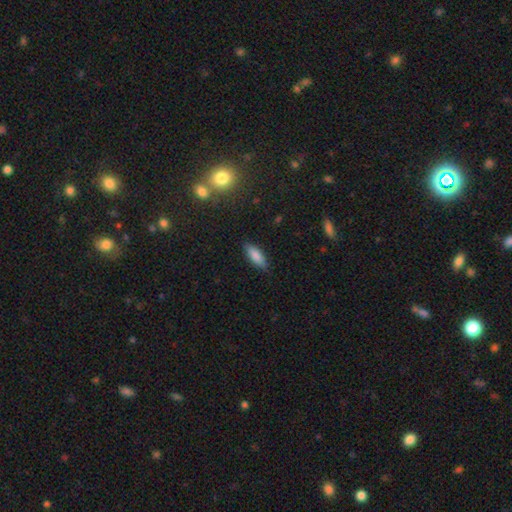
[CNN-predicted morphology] Smooth or featured: smooth — 81% (featured or disk — 11%)
How rounded: in between — 60% (cigar-shaped — 38%)
Merging: none — 82% (minor disturbance — 14%)